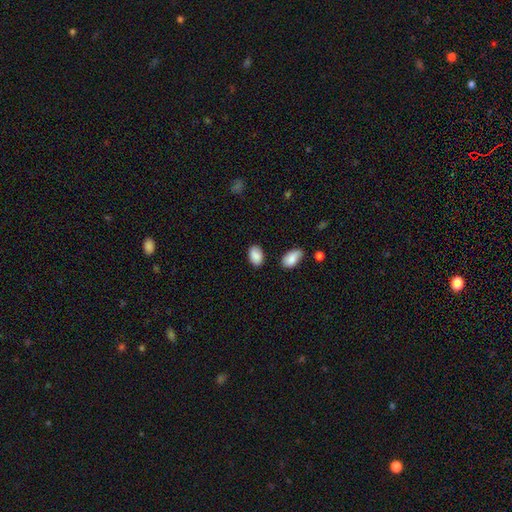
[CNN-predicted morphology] type=smooth (88%); roundness=in between (89%); merging=none (81%).